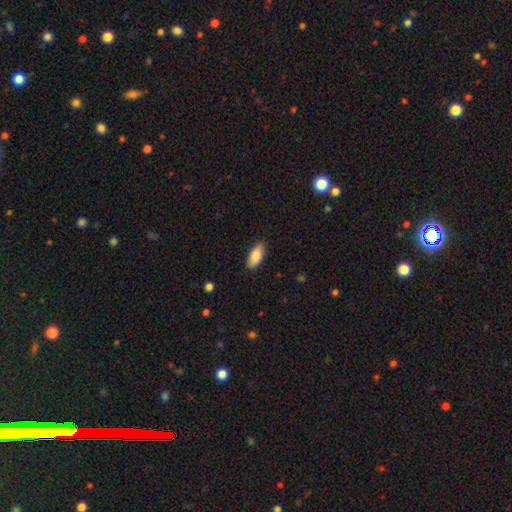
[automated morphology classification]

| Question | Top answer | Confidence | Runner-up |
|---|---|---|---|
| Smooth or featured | smooth | 86% | featured or disk (8%) |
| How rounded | in between | 86% | cigar-shaped (12%) |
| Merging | none | 86% | minor disturbance (11%) |